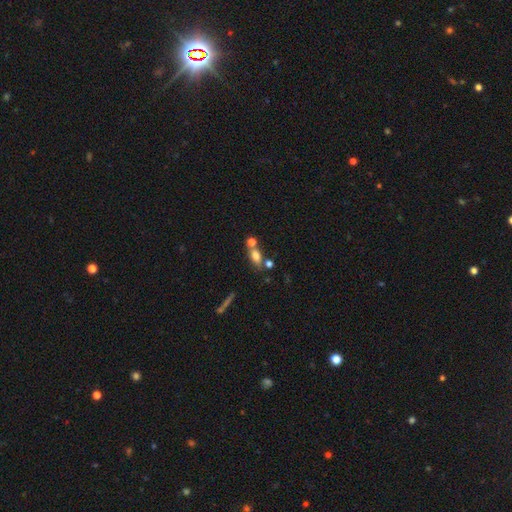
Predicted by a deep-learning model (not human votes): This is likely a smooth galaxy (72%). How rounded: likely in between (72%). Merging: possibly none (51%).